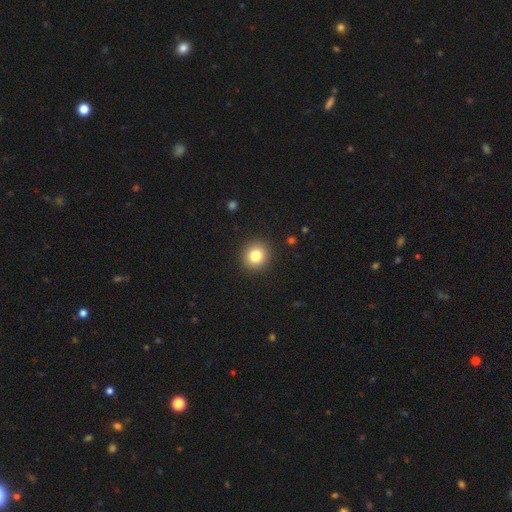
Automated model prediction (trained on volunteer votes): Smooth or featured: smooth — 81% (star or artifact — 11%)
How rounded: round — 87% (in between — 12%)
Merging: none — 92% (minor disturbance — 5%)